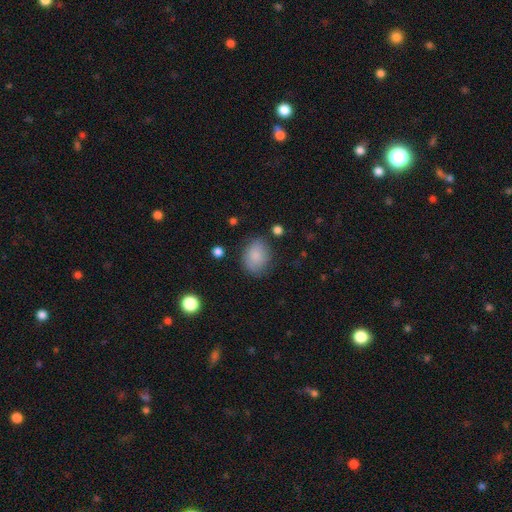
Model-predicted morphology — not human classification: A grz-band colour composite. It shows a smooth galaxy with no disk features (84%) that is in between round and cigar-shaped (62%). Merging: none (75%).